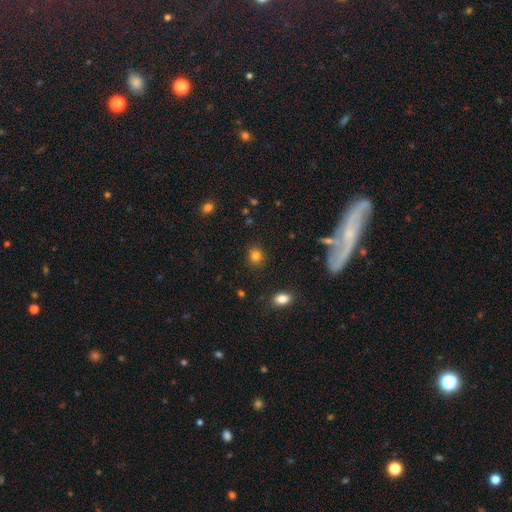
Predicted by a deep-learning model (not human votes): smooth_or_featured: smooth (p=0.81) [alt: star or artifact p=0.13]
how_rounded: round (p=0.80) [alt: in between p=0.19]
merging: none (p=0.87) [alt: minor disturbance p=0.08]